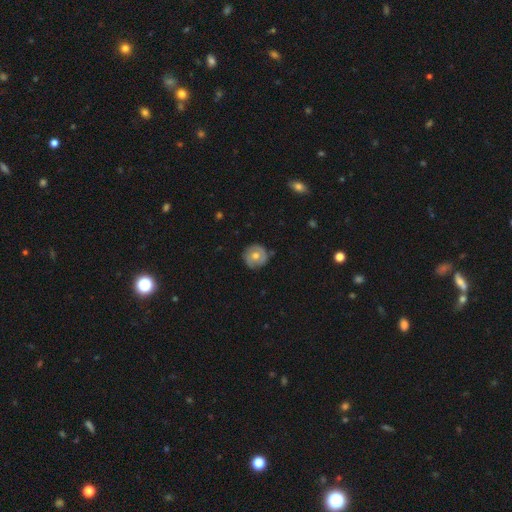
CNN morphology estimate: The model was most divided on "smooth or featured": smooth: 48%, featured or disk: 44%, star or artifact: 8%. More confident: merging — none (82%).